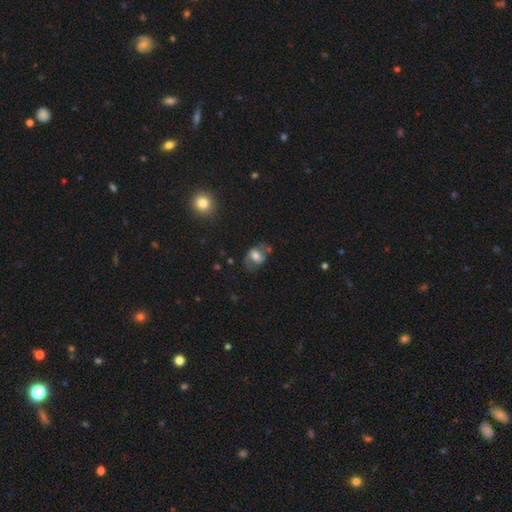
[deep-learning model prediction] Morphology: type=featured or disk (53%); edge-on=no (95%); bar=weak (41%); spiral arms=yes (74%); bulge=moderate (53%); merging=none (58%).